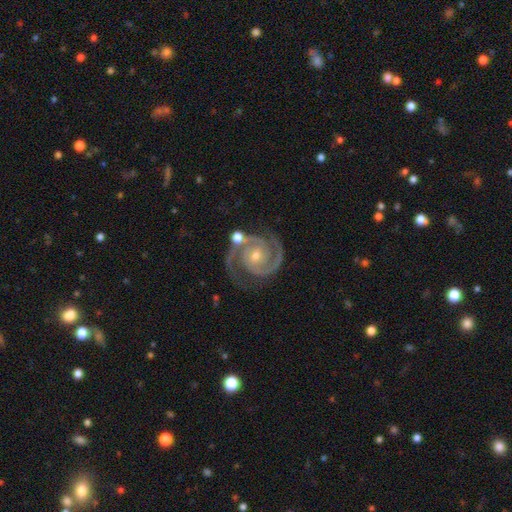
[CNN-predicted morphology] A featured or disk galaxy (93%) with no bar (62%), 2 (90%) tight (64%) spiral arms (99%) and a small central bulge (56%).

Vote fractions:
- Smooth or featured? featured or disk: 93% / star or artifact: 5% / smooth: 2%
- Edge-on disk? no: 98% / yes: 2%
- Bar? no: 62% / weak: 26% / strong: 11%
- Spiral arms? yes: 99% / no: 1%
- Spiral winding? tight: 64% / medium: 32% / loose: 4%
- Spiral arm count? 2: 90% / 3: 5% / can't tell: 2% / 1: 1% / 4: 1% / more than 4: 1%
- Bulge size? small: 56% / moderate: 41% / none: 1% / large: 1% / dominant: 1%
- Merging? none: 75% / minor disturbance: 13% / merger: 7% / major disturbance: 5%